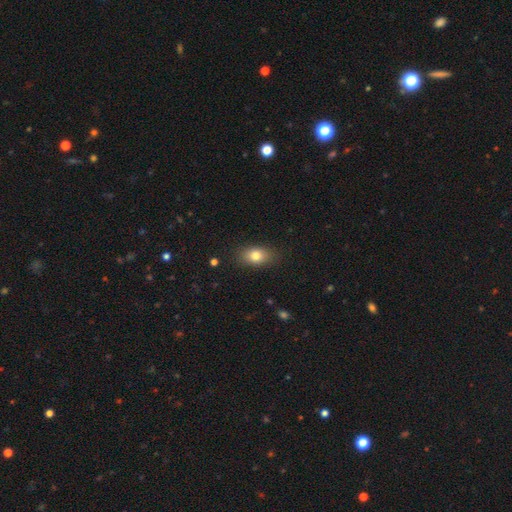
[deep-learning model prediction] smooth-or-featured: smooth: 80% | featured or disk: 11% | star or artifact: 9%
  how-rounded: in between: 82% | round: 15% | cigar-shaped: 3%
  merging: none: 85% | minor disturbance: 11% | major disturbance: 3% | merger: 1%